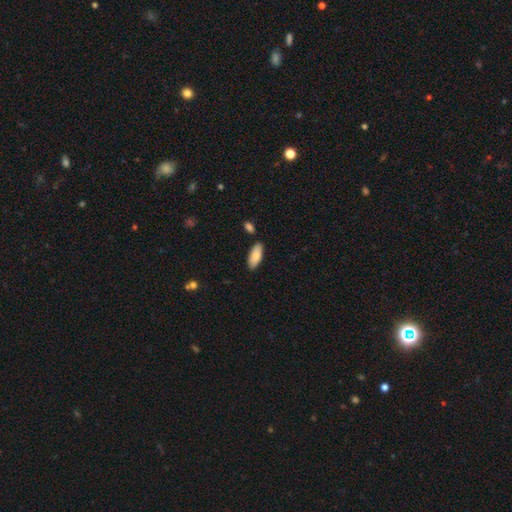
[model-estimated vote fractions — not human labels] This is clearly a smooth galaxy (84%). How rounded: clearly in between (82%). Merging: clearly none (85%).